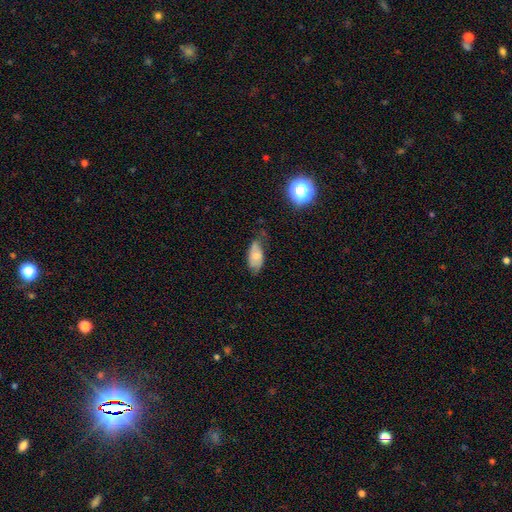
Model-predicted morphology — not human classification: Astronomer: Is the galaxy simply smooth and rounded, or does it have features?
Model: smooth — 65%.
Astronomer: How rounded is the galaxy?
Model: in between — 90%.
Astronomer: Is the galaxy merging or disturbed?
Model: none — 52% (runner-up: minor disturbance, 36%).